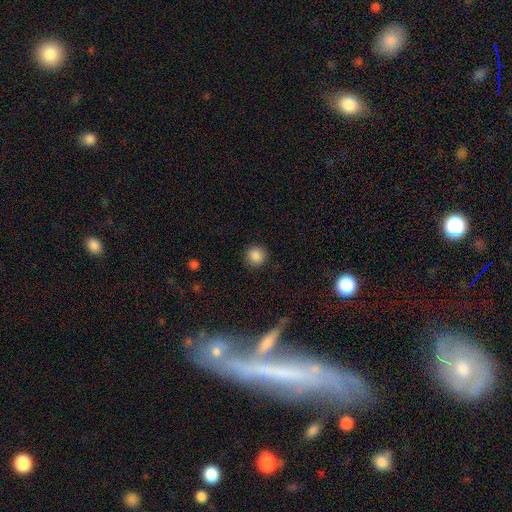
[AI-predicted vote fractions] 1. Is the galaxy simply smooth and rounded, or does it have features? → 87% smooth, 10% star or artifact, 3% featured or disk.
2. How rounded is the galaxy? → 91% round, 8% in between, 1% cigar-shaped.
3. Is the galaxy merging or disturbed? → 89% none, 8% minor disturbance, 3% major disturbance, 1% merger.